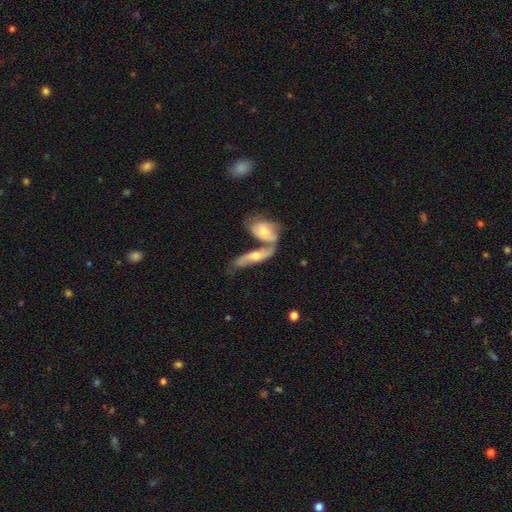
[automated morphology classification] Overall: featured or disk (60%; smooth 34%). Edge-on disk: no (74%). Merging: merger (64%).